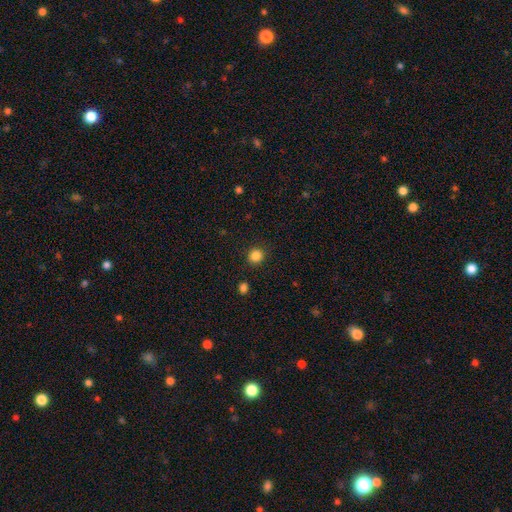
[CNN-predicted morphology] A smooth galaxy with no disk features (85%) that is round (85%). Merging: none (89%).